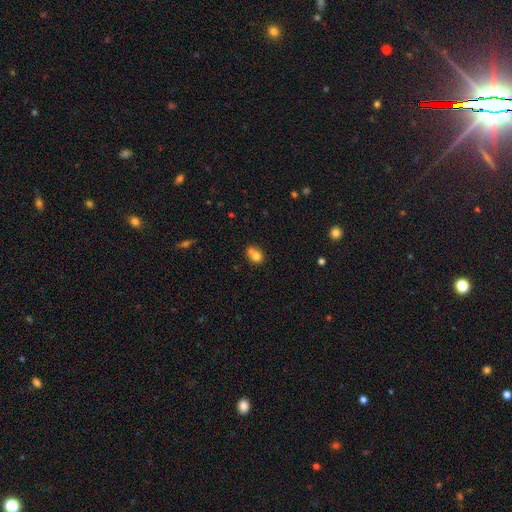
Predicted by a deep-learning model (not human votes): A smooth galaxy with no disk features (74%) that is round (62%).

Vote fractions:
- Smooth or featured? smooth: 74% / featured or disk: 15% / star or artifact: 11%
- How rounded? round: 62% / in between: 37% / cigar-shaped: 1%
- Merging? merger: 53% / none: 33% / minor disturbance: 10% / major disturbance: 4%